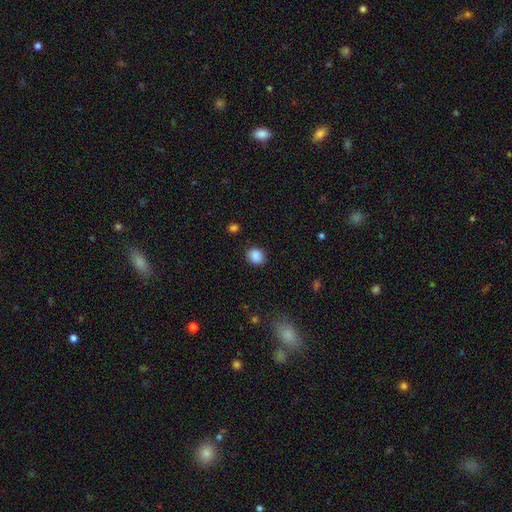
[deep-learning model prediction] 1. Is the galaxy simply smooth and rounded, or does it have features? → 88% smooth, 9% star or artifact, 4% featured or disk.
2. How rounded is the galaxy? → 66% round, 33% in between, 1% cigar-shaped.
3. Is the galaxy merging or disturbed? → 86% none, 10% minor disturbance, 3% major disturbance, 1% merger.